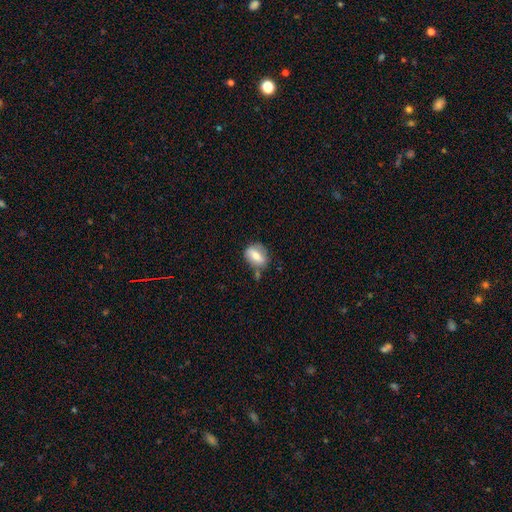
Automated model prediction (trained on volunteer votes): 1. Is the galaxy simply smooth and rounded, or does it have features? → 57% smooth, 35% featured or disk, 8% star or artifact.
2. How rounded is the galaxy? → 58% in between, 37% round, 4% cigar-shaped.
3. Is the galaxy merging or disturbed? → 62% none, 23% minor disturbance, 8% merger, 7% major disturbance.